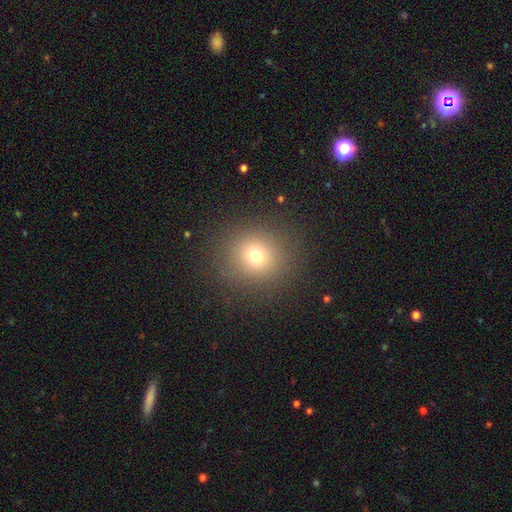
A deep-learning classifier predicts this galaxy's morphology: smooth_or_featured: smooth (p=0.72) [alt: star or artifact p=0.18]
how_rounded: round (p=0.88) [alt: in between p=0.11]
merging: none (p=0.88) [alt: minor disturbance p=0.07]